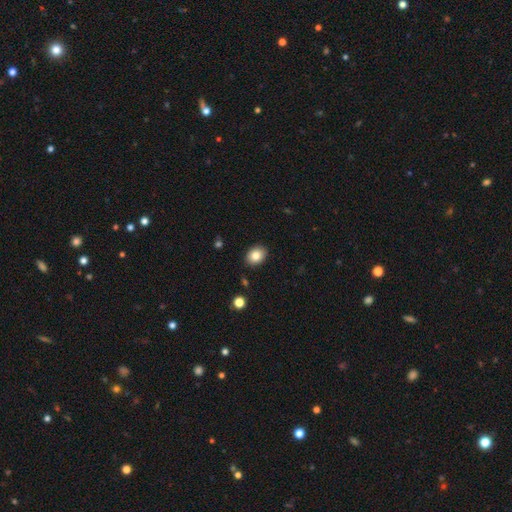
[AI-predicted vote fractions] A smooth galaxy with no disk features (83%) that is in between round and cigar-shaped (60%).

Vote fractions:
- Smooth or featured? smooth: 83% / star or artifact: 9% / featured or disk: 9%
- How rounded? in between: 60% / round: 39% / cigar-shaped: 1%
- Merging? none: 89% / minor disturbance: 8% / major disturbance: 2% / merger: 2%